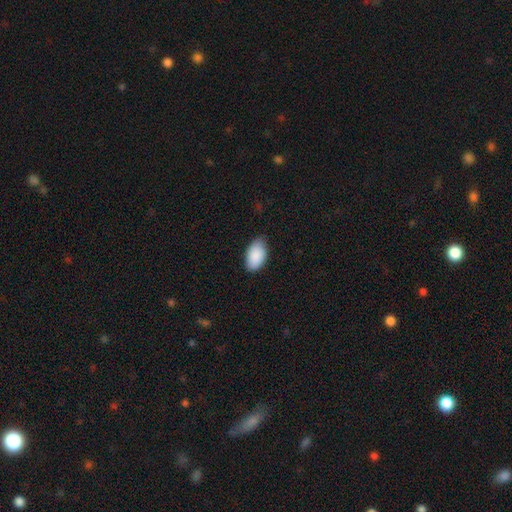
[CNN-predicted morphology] smooth_or_featured: smooth (p=0.90) [alt: star or artifact p=0.06]
how_rounded: in between (p=0.95) [alt: round p=0.04]
merging: none (p=0.76) [alt: minor disturbance p=0.20]